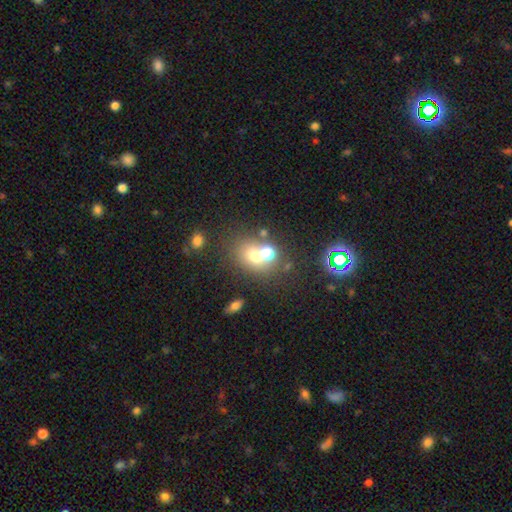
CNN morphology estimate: A smooth galaxy with no disk features (63%) that is round (63%). Merging: none (48%).